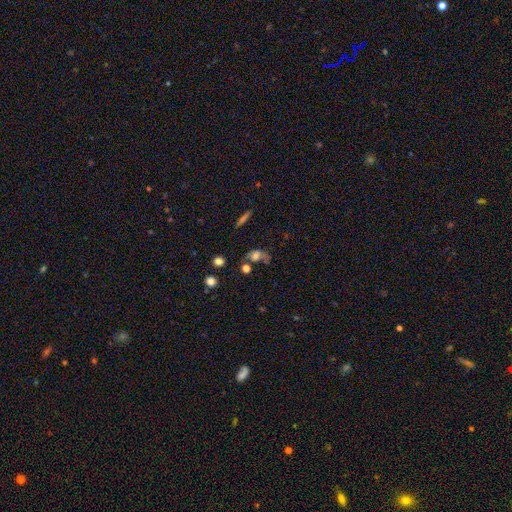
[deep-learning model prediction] The model was most divided on "merging": none: 33%, major disturbance: 27%, minor disturbance: 22%, merger: 17%. More confident: how rounded — in between (69%); smooth or featured — smooth (55%).